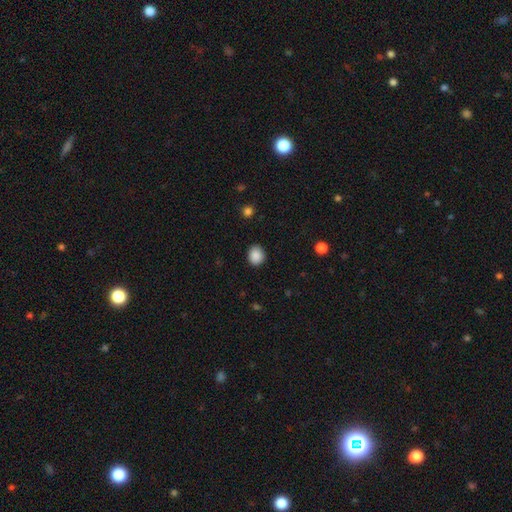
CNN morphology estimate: smooth_or_featured: smooth (p=0.88) [alt: star or artifact p=0.09]
how_rounded: round (p=0.71) [alt: in between p=0.28]
merging: none (p=0.88) [alt: minor disturbance p=0.08]